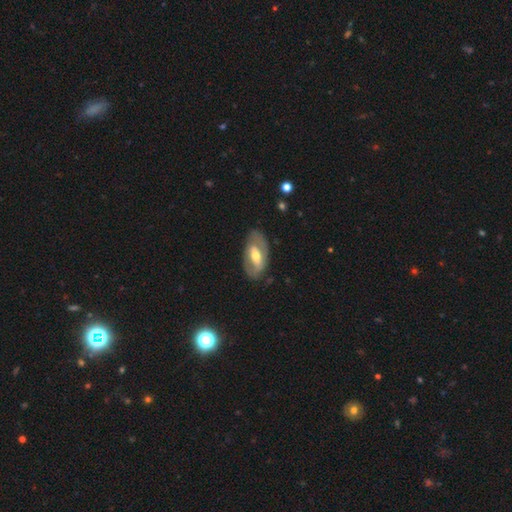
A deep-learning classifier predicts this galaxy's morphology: type=featured or disk (64%); edge-on=no (89%); bar=strong (38%); spiral arms=no (52%); bulge=moderate (67%); merging=none (74%).